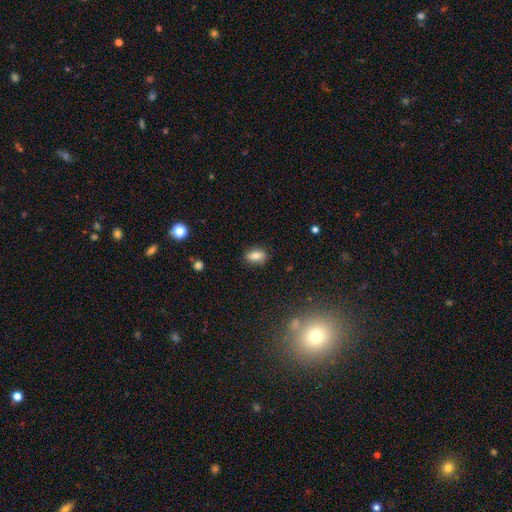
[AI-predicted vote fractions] Smooth or featured? Predicted: smooth (p=0.76). How rounded? Predicted: in between (p=0.81). Merging? Predicted: none (p=0.83).